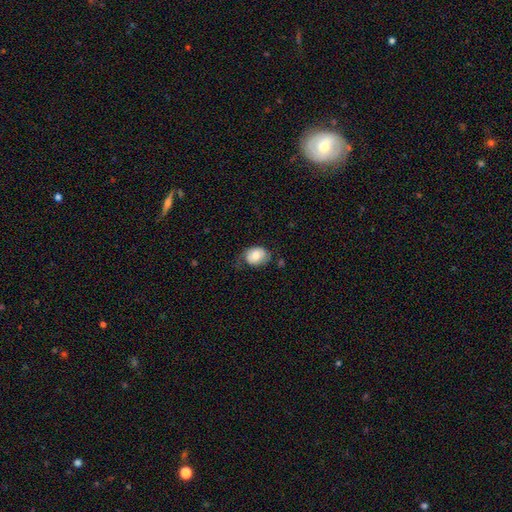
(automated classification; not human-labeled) This appears to be a smooth galaxy with no disk features (72%) that is in between round and cigar-shaped (67%). Merging: none (46%).